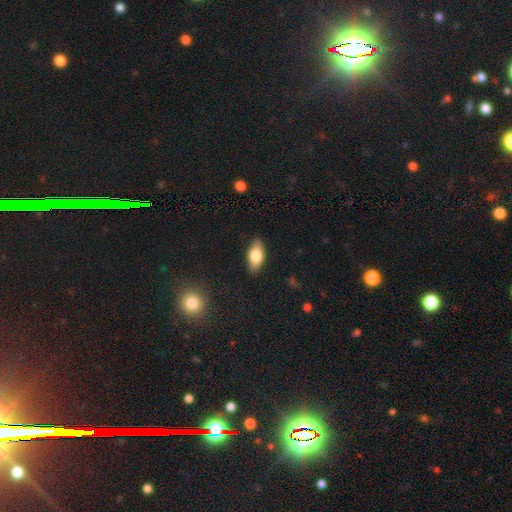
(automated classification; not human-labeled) A smooth galaxy with no disk features (74%) that is in between round and cigar-shaped (86%).

Vote fractions:
- Smooth or featured? smooth: 74% / featured or disk: 19% / star or artifact: 7%
- How rounded? in between: 86% / cigar-shaped: 11% / round: 3%
- Merging? none: 87% / minor disturbance: 10% / major disturbance: 2% / merger: 1%